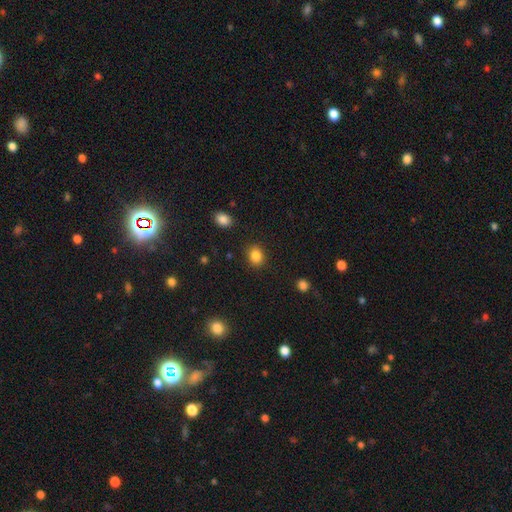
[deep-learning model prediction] Smooth or featured? smooth (85%)
How rounded? round (59%)
Merging? none (88%)